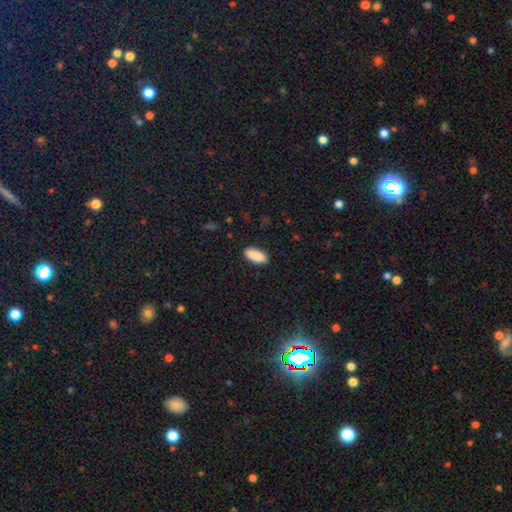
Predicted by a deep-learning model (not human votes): smooth-or-featured: smooth: 90% | star or artifact: 6% | featured or disk: 3%
  how-rounded: in between: 91% | cigar-shaped: 7% | round: 2%
  merging: none: 89% | minor disturbance: 8% | major disturbance: 2% | merger: 1%